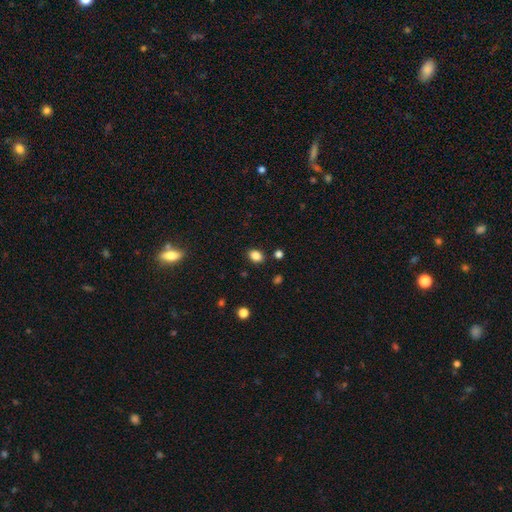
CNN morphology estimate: smooth-or-featured: smooth: 85% | star or artifact: 11% | featured or disk: 4%
  how-rounded: in between: 72% | round: 26% | cigar-shaped: 1%
  merging: none: 87% | minor disturbance: 9% | major disturbance: 2% | merger: 2%